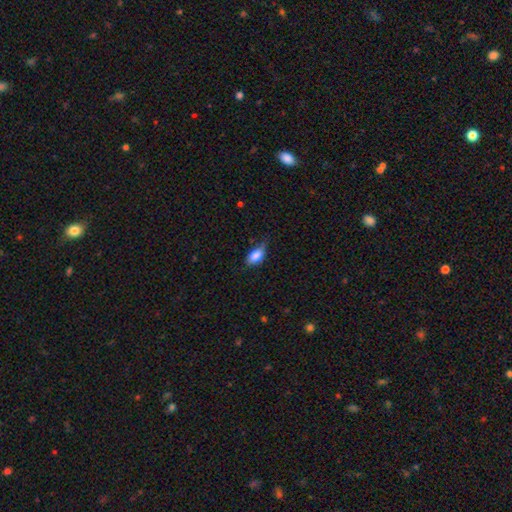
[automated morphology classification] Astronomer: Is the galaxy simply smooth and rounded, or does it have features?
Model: smooth — 82%.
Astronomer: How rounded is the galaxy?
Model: in between — 88%.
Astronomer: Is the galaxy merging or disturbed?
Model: none — 51% (runner-up: minor disturbance, 38%).